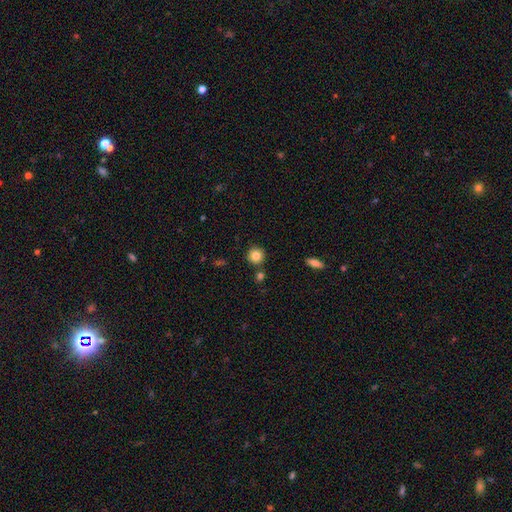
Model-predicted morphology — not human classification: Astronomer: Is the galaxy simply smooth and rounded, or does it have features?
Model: smooth — 84%.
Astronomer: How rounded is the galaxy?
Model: round — 93%.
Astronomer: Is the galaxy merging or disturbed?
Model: none — 84%.